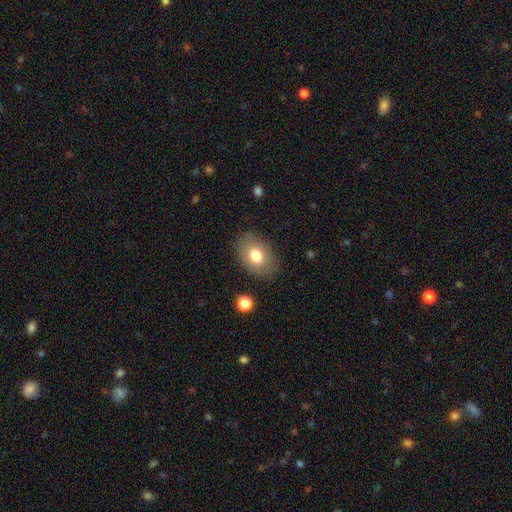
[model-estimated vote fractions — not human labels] Smooth or featured? Predicted: smooth (p=0.76). How rounded? Predicted: in between (p=0.82). Merging? Predicted: none (p=0.82).